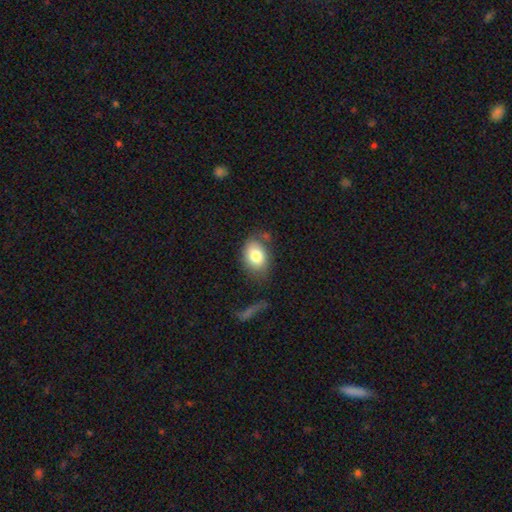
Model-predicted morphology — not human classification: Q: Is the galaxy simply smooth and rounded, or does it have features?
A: smooth — 79%.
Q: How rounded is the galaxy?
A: in between — 73%.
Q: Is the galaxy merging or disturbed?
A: none — 69%.